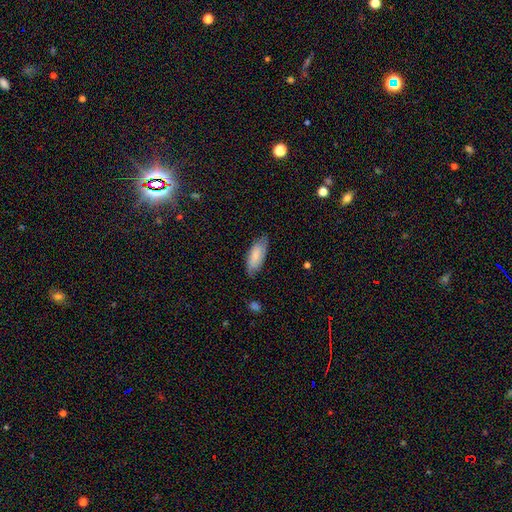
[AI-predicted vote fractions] Smooth or featured?
  - smooth: 72% *
  - featured or disk: 22%
  - star or artifact: 6%
How rounded?
  - in between: 77% *
  - cigar-shaped: 21%
  - round: 2%
Merging?
  - none: 74% *
  - minor disturbance: 21%
  - major disturbance: 4%
  - merger: 1%